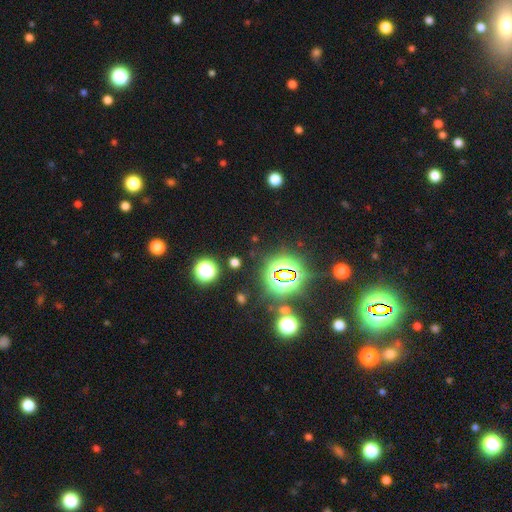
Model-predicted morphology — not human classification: A star or artifact, not a galaxy (78%).